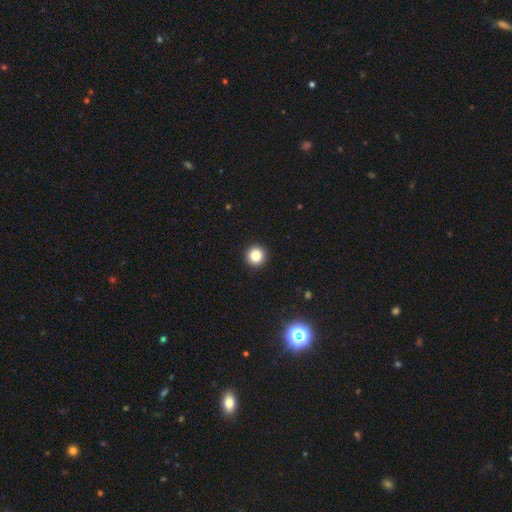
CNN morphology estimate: type=smooth (83%); roundness=round (95%); merging=none (94%).